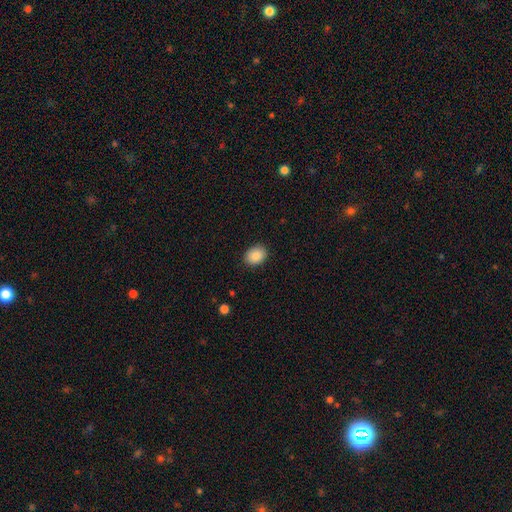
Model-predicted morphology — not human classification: This is clearly a smooth galaxy (88%). How rounded: likely in between (64%). Merging: clearly none (89%).